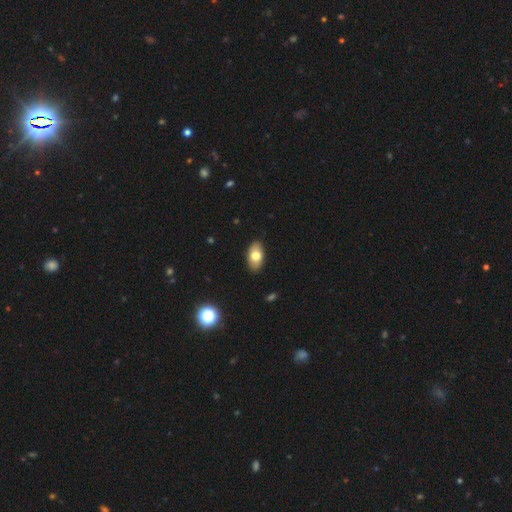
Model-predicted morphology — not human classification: A smooth galaxy with no disk features (74%) that is in between round and cigar-shaped (93%).

Vote fractions:
- Smooth or featured? smooth: 74% / featured or disk: 19% / star or artifact: 7%
- How rounded? in between: 93% / round: 5% / cigar-shaped: 2%
- Merging? none: 88% / minor disturbance: 9% / major disturbance: 2% / merger: 1%